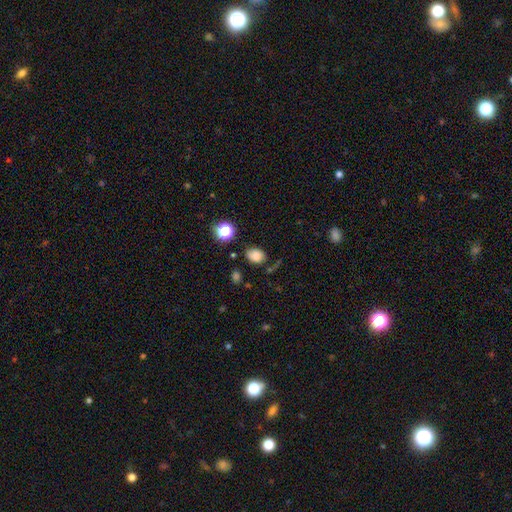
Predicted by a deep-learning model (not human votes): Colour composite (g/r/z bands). It shows a smooth galaxy with no disk features (78%) that is in between round and cigar-shaped (64%). Merging: none (68%).